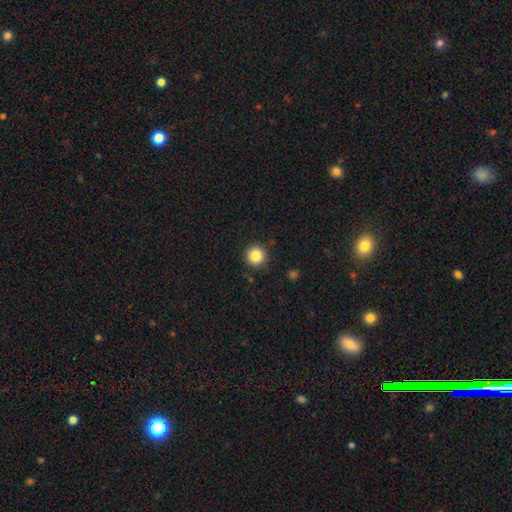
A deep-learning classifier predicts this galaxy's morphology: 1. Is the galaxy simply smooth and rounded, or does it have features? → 85% smooth, 10% star or artifact, 5% featured or disk.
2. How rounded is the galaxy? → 96% round, 3% in between, 1% cigar-shaped.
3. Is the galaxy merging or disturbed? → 91% none, 6% minor disturbance, 2% major disturbance, 1% merger.